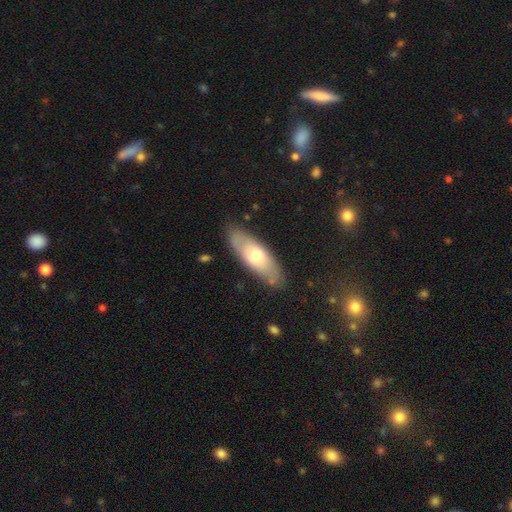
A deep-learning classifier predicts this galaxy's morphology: Overall: smooth (58%; featured or disk 36%). How rounded: in between (66%; cigar-shaped 32%). Merging: none (82%).